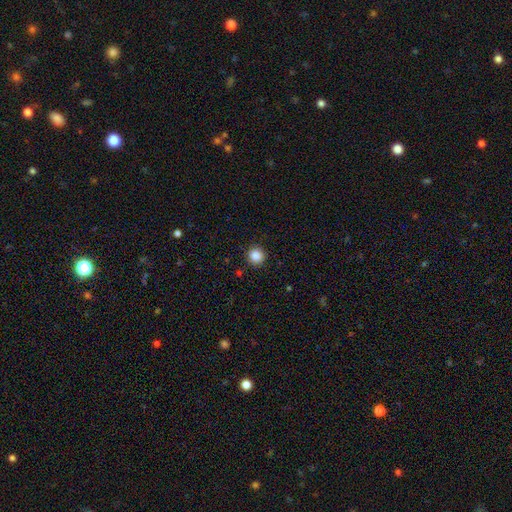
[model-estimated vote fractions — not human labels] This appears to be a smooth galaxy with no disk features (86%) that is round (94%). Merging: none (91%).